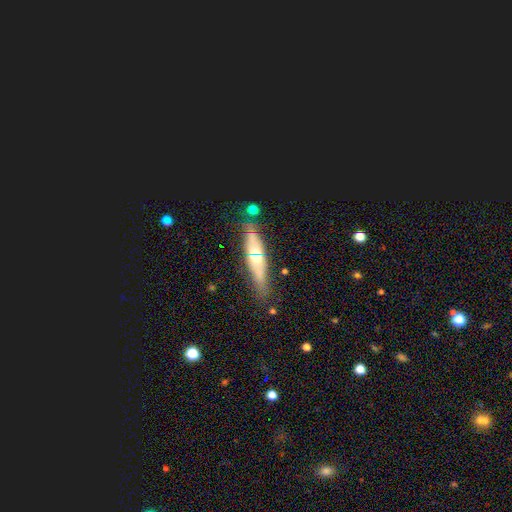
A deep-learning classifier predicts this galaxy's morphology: Q: Smooth or featured?
A: featured or disk (49%); runner-up: smooth (41%)
Q: Merging?
A: none (70%); runner-up: minor disturbance (17%)